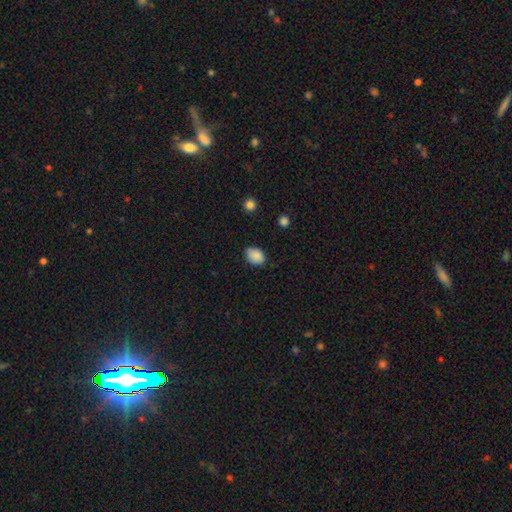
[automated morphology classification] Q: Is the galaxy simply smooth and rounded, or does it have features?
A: smooth — 88%.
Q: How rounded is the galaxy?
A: in between — 77%.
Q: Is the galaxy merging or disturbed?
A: none — 75%.